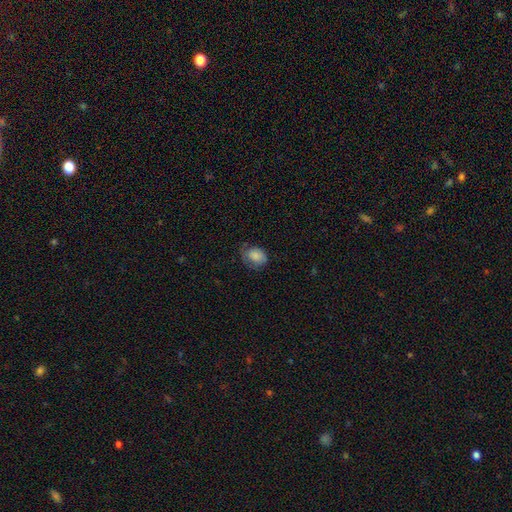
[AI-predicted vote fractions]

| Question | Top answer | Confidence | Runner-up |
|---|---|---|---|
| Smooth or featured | smooth | 82% | featured or disk (11%) |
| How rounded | in between | 62% | round (37%) |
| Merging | none | 58% | minor disturbance (30%) |